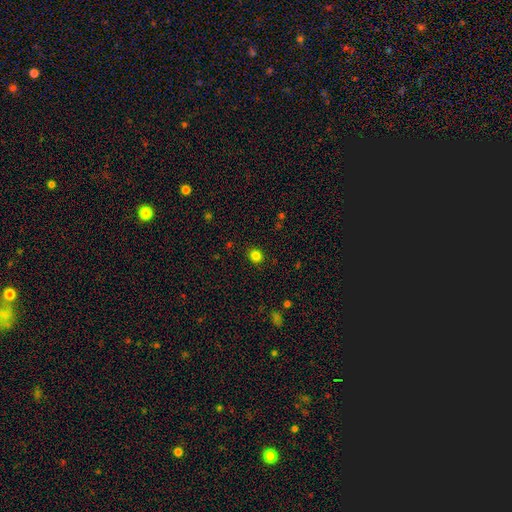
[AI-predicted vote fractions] Q: Smooth or featured?
A: smooth (83%); runner-up: star or artifact (13%)
Q: How rounded?
A: round (80%); runner-up: in between (19%)
Q: Merging?
A: none (90%); runner-up: minor disturbance (7%)